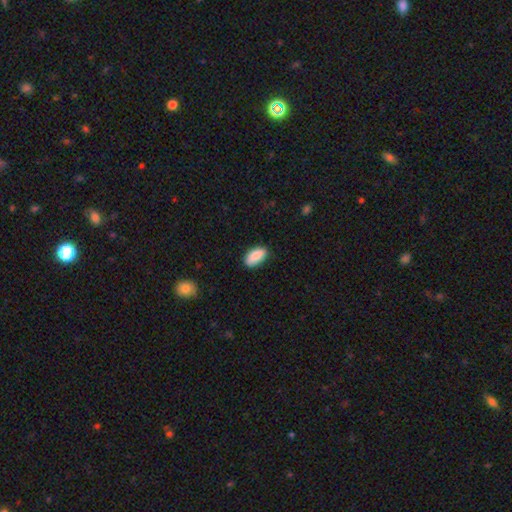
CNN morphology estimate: Smooth or featured?
  - smooth: 87% *
  - featured or disk: 7%
  - star or artifact: 7%
How rounded?
  - in between: 92% *
  - cigar-shaped: 5%
  - round: 3%
Merging?
  - none: 81% *
  - minor disturbance: 15%
  - major disturbance: 2%
  - merger: 1%